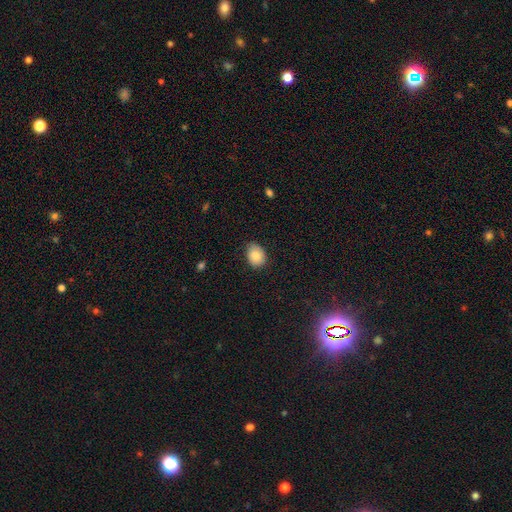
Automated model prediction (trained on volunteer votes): Overall: smooth (84%). How rounded: in between (60%; round 39%). Merging: none (75%).